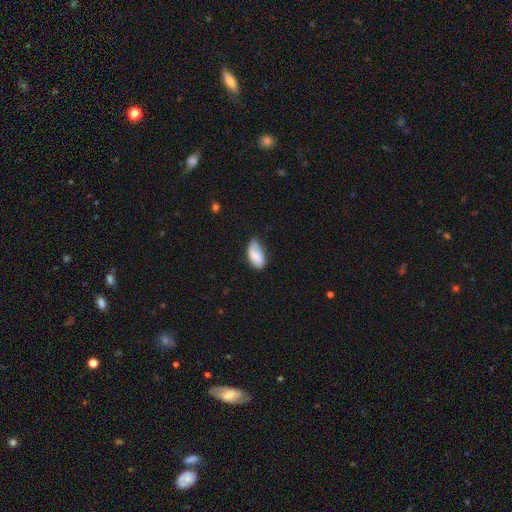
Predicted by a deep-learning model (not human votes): Smooth or featured? smooth (76%)
How rounded? in between (94%)
Merging? none (54%)